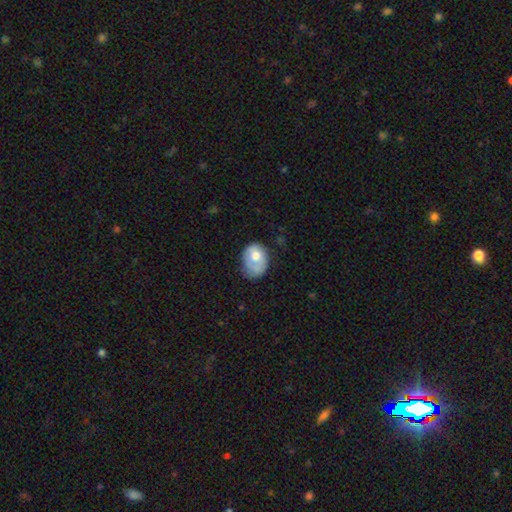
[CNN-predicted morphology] Smooth or featured? smooth (65%)
How rounded? in between (63%)
Merging? minor disturbance (40%)